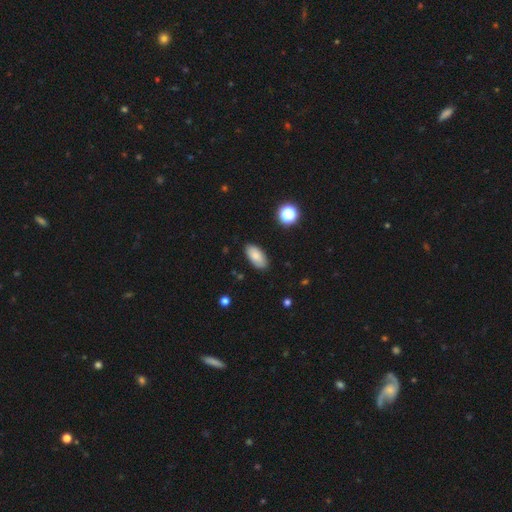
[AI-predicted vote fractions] A smooth galaxy with no disk features (83%) that is in between round and cigar-shaped (93%).

Vote fractions:
- Smooth or featured? smooth: 83% / featured or disk: 9% / star or artifact: 8%
- How rounded? in between: 93% / cigar-shaped: 5% / round: 3%
- Merging? none: 85% / minor disturbance: 11% / major disturbance: 2% / merger: 1%